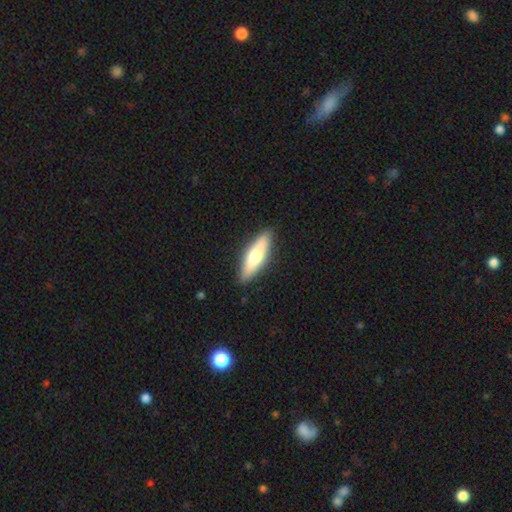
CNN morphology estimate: smooth_or_featured: smooth (p=0.62) [alt: featured or disk p=0.33]
how_rounded: cigar-shaped (p=0.59) [alt: in between p=0.39]
merging: none (p=0.88) [alt: minor disturbance p=0.09]